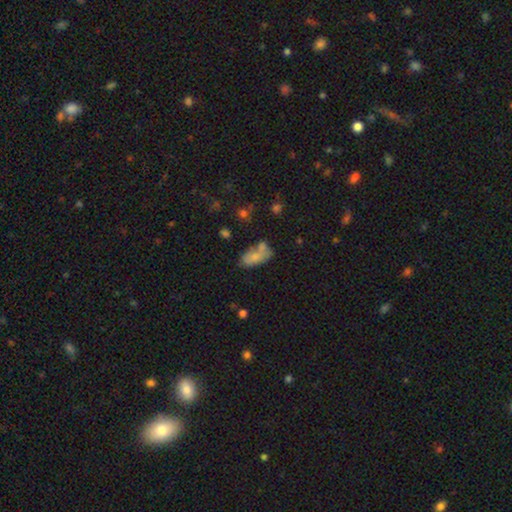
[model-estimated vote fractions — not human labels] smooth_or_featured: smooth (p=0.71) [alt: featured or disk p=0.18]
how_rounded: in between (p=0.90) [alt: cigar-shaped p=0.06]
merging: none (p=0.40) [alt: merger p=0.28]